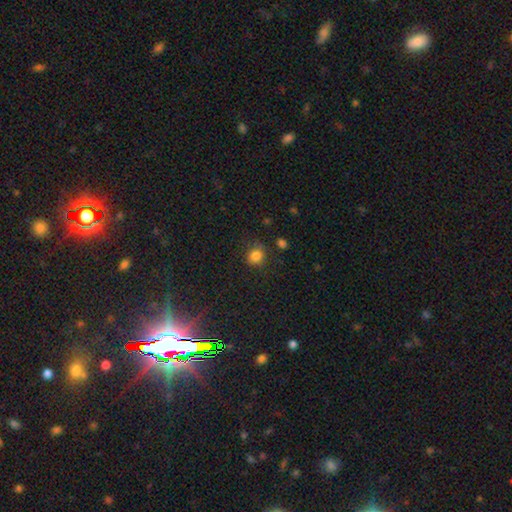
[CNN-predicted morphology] Smooth or featured? smooth (82%)
How rounded? round (82%)
Merging? none (77%)